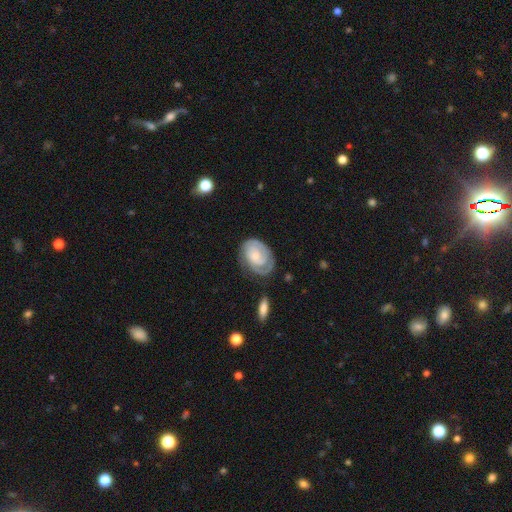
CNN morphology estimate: Smooth or featured? Predicted: featured or disk (p=0.74). Edge-on disk? Predicted: no (p=0.97). Bar? Predicted: no (p=0.69). Spiral arms? Predicted: yes (p=0.93). Spiral winding? Predicted: tight (p=0.67). Spiral arm count? Predicted: 2 (p=0.49). Bulge size? Predicted: small (p=0.37). Merging? Predicted: none (p=0.66).